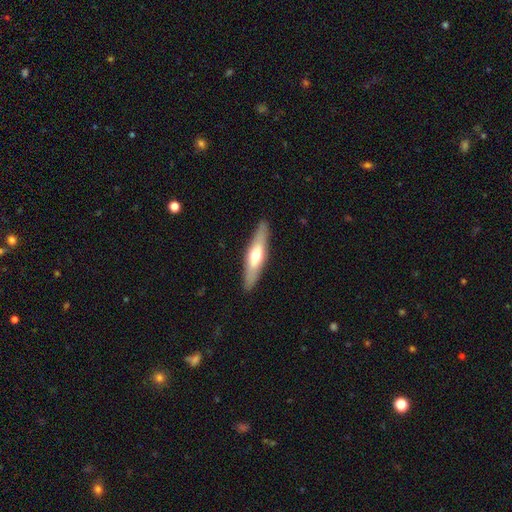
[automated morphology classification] Smooth or featured?
  - smooth: 48% *
  - featured or disk: 47%
  - star or artifact: 5%
Merging?
  - none: 88% *
  - minor disturbance: 9%
  - major disturbance: 2%
  - merger: 1%